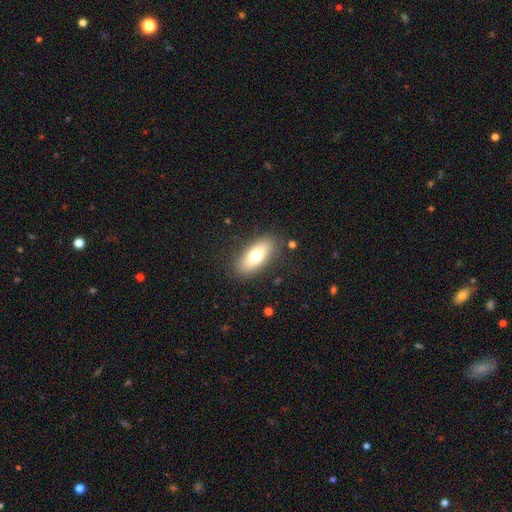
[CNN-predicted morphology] Overall: smooth (71%). How rounded: in between (81%). Merging: none (85%).